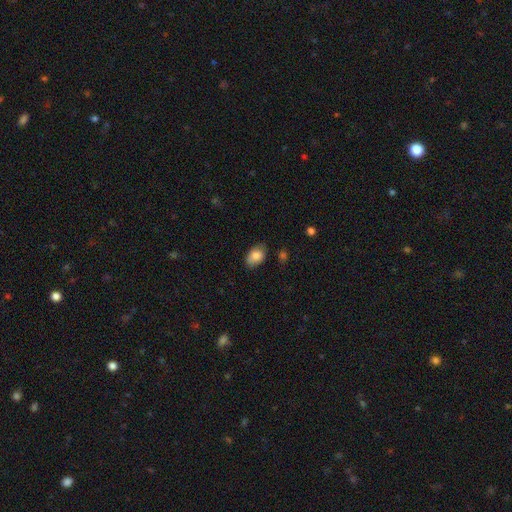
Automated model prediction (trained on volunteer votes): Overall: smooth (84%). How rounded: in between (87%). Merging: none (77%).